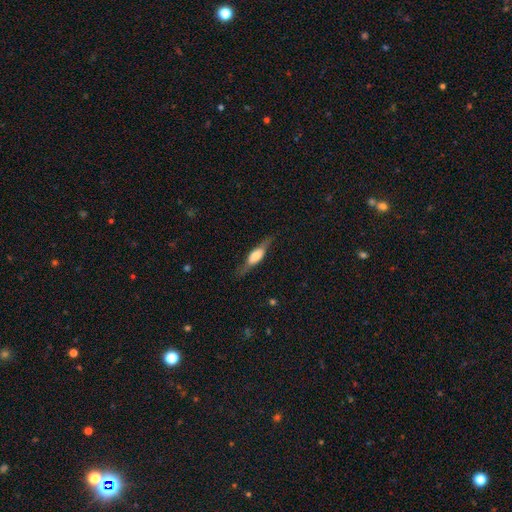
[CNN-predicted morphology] Smooth or featured? featured or disk (56%)
Edge-on disk? yes (82%)
Merging? none (75%)